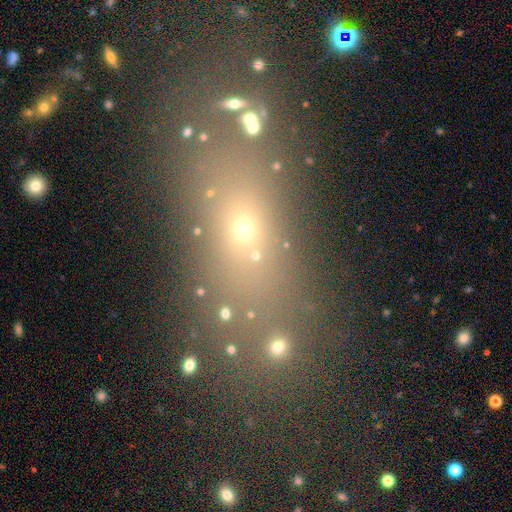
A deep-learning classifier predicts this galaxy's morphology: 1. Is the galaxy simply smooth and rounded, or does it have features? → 48% smooth, 35% star or artifact, 17% featured or disk.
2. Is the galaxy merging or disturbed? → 72% none, 12% minor disturbance, 9% merger, 7% major disturbance.